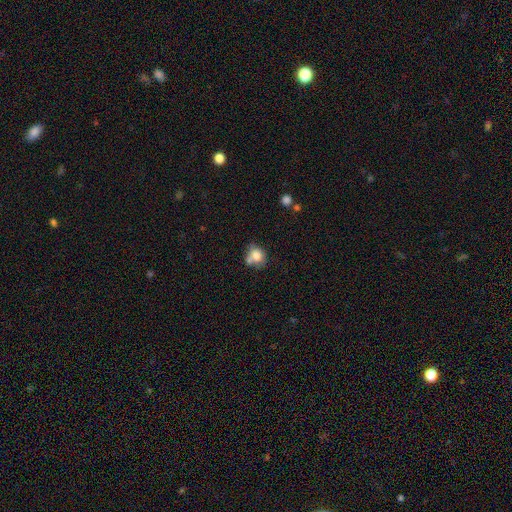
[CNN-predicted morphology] Smooth or featured: smooth — 76% (featured or disk — 13%)
How rounded: round — 61% (in between — 38%)
Merging: none — 39% (merger — 29%)